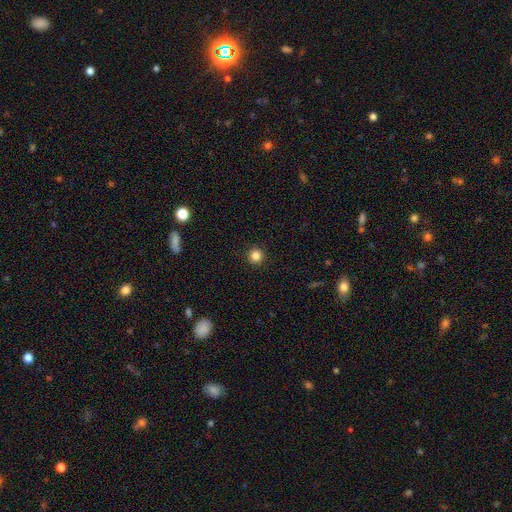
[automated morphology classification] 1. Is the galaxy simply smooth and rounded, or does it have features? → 85% smooth, 12% star or artifact, 4% featured or disk.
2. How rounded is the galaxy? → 96% round, 3% in between, 1% cigar-shaped.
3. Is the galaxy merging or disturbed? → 93% none, 4% minor disturbance, 2% major disturbance, 1% merger.